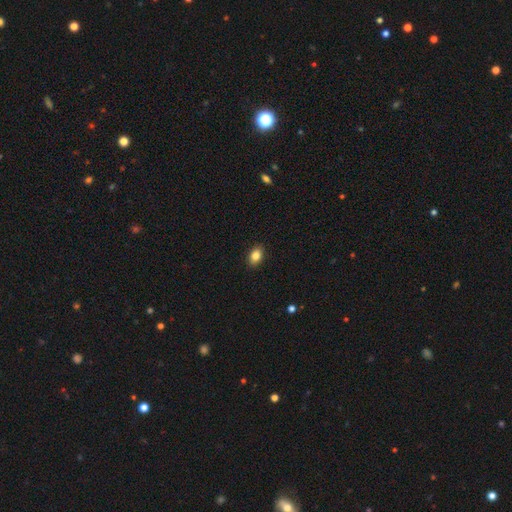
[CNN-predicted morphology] Smooth or featured?
  - smooth: 85% *
  - star or artifact: 9%
  - featured or disk: 7%
How rounded?
  - in between: 83% *
  - round: 16%
  - cigar-shaped: 2%
Merging?
  - none: 89% *
  - minor disturbance: 8%
  - major disturbance: 2%
  - merger: 1%